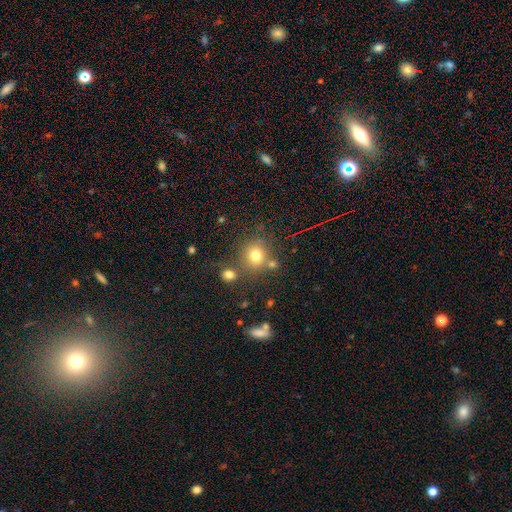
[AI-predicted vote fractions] Smooth or featured: smooth — 74% (star or artifact — 16%)
How rounded: round — 86% (in between — 13%)
Merging: none — 70% (merger — 14%)